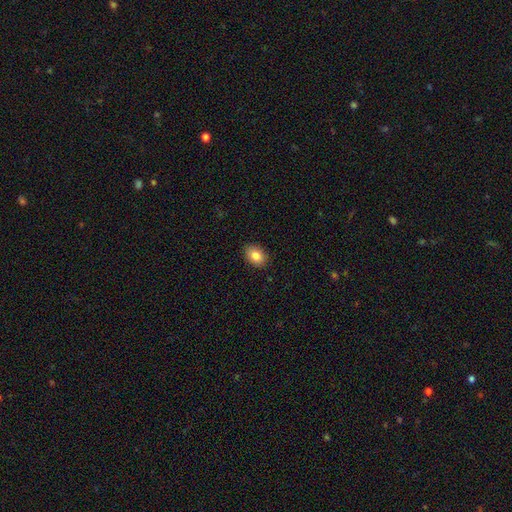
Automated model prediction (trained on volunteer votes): Smooth or featured? smooth (84%)
How rounded? in between (75%)
Merging? none (89%)